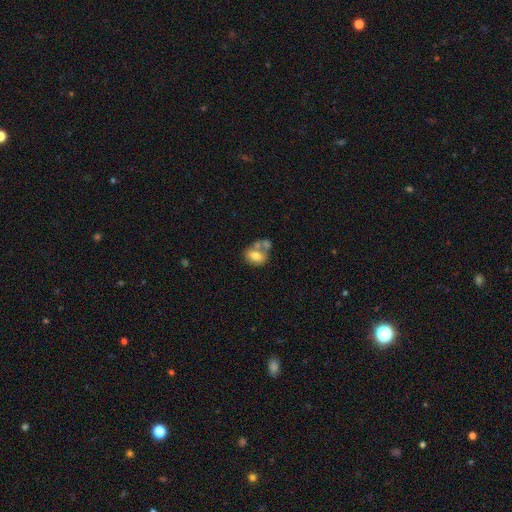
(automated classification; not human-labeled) A smooth galaxy with no disk features (69%) that is in between round and cigar-shaped (70%).

Vote fractions:
- Smooth or featured? smooth: 69% / featured or disk: 22% / star or artifact: 9%
- How rounded? in between: 70% / round: 29% / cigar-shaped: 1%
- Merging? merger: 46% / none: 32% / minor disturbance: 14% / major disturbance: 8%